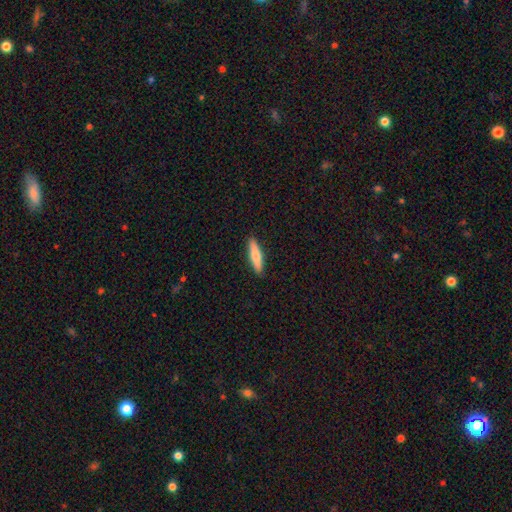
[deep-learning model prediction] A smooth galaxy with no disk features (71%) that is cigar-shaped (82%). Merging: none (91%).